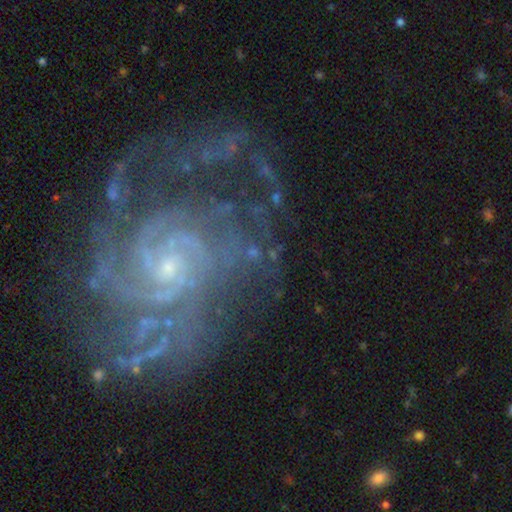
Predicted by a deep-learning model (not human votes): This appears to be a featured or disk galaxy (88%) with no bar (63%), tight (68%) spiral arms (98%) and a small central bulge (79%). Merging: none (57%).